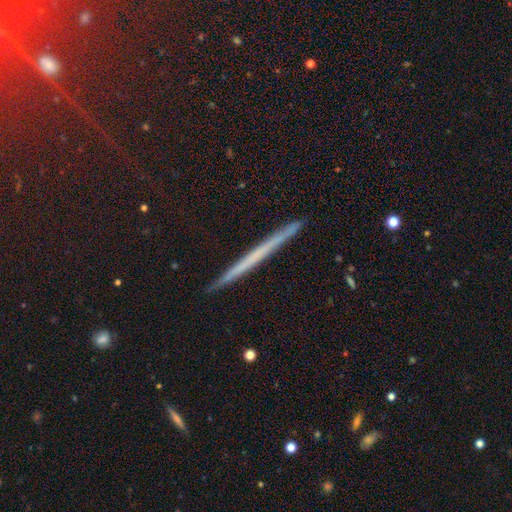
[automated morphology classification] Q: Smooth or featured?
A: featured or disk (51%); runner-up: smooth (37%)
Q: Edge-on disk?
A: yes (98%); runner-up: no (2%)
Q: Edge-on bulge?
A: none (92%); runner-up: rounded (6%)
Q: Merging?
A: none (92%); runner-up: minor disturbance (5%)